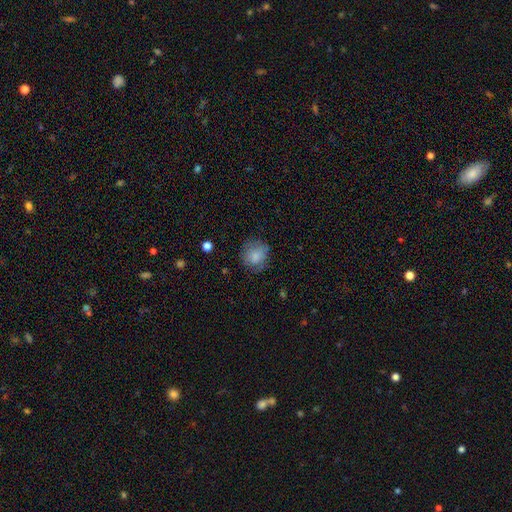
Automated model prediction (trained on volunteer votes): A smooth galaxy with no disk features (77%) that is round (80%).

Vote fractions:
- Smooth or featured? smooth: 77% / featured or disk: 15% / star or artifact: 9%
- How rounded? round: 80% / in between: 19% / cigar-shaped: 1%
- Merging? none: 68% / minor disturbance: 22% / major disturbance: 8% / merger: 1%